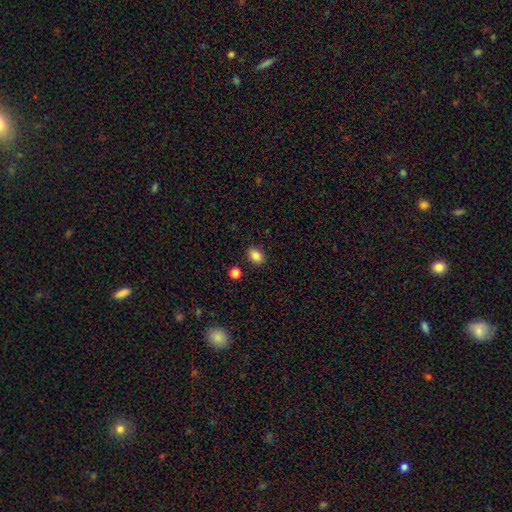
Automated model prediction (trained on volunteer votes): Overall: smooth (86%). How rounded: in between (74%). Merging: none (85%).